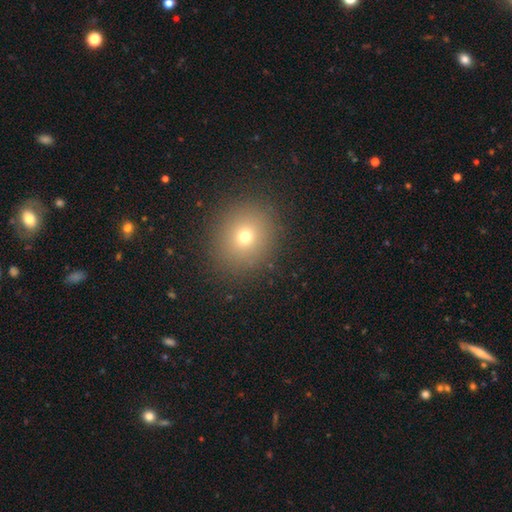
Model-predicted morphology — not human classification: Smooth or featured? smooth (68%)
How rounded? round (78%)
Merging? none (90%)